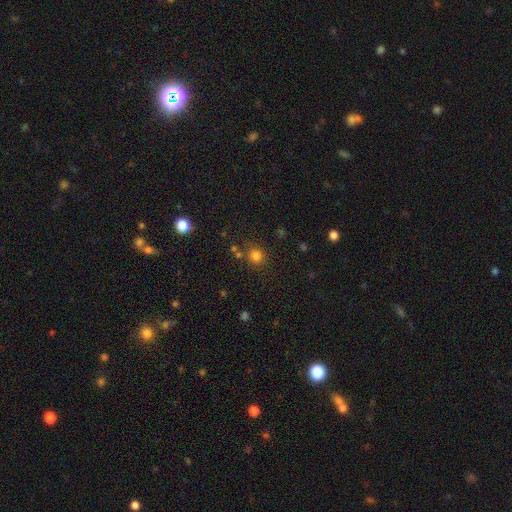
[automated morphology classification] Smooth or featured? smooth (80%)
How rounded? round (91%)
Merging? none (80%)